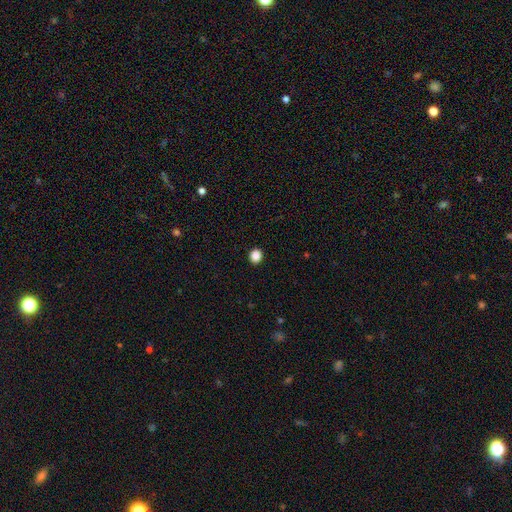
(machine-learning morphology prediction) This appears to be a smooth galaxy with no disk features (87%) that is round (79%). Merging: none (93%).